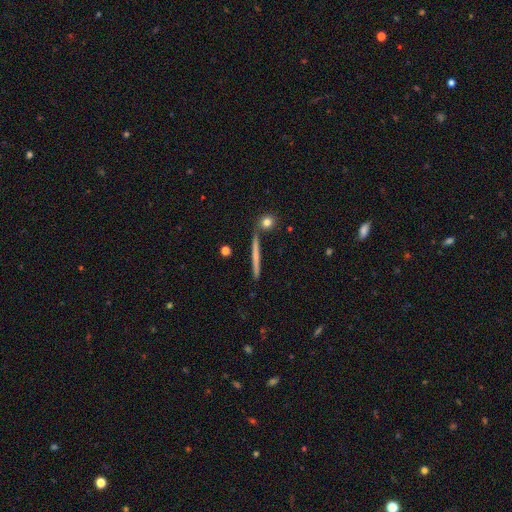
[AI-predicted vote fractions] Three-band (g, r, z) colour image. It shows a smooth galaxy with no disk features (51%) that is cigar-shaped (95%). Merging: none (86%).